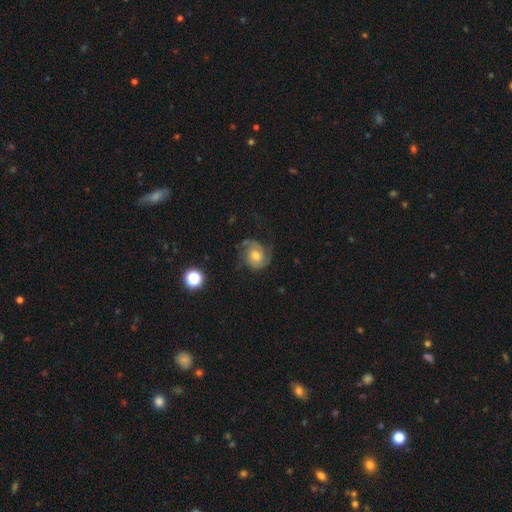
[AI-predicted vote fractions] Morphology: type=featured or disk (76%); edge-on=no (98%); bar=no (73%); spiral arms=yes (94%); winding=medium (42%); arm count=2 (74%); bulge=moderate (67%); merging=none (66%).